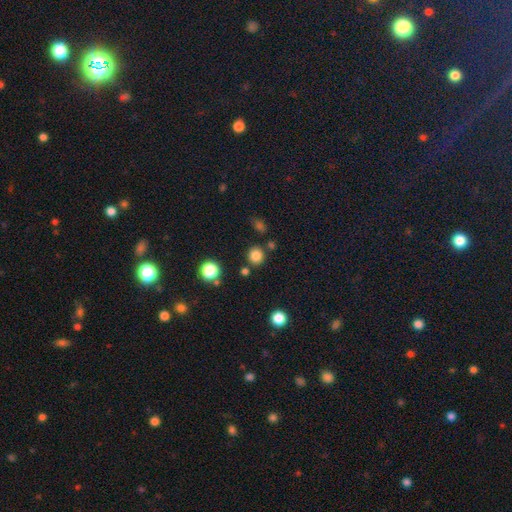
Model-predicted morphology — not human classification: Smooth or featured?
  - smooth: 82% *
  - star or artifact: 14%
  - featured or disk: 5%
How rounded?
  - round: 90% *
  - in between: 9%
  - cigar-shaped: 1%
Merging?
  - none: 83% *
  - minor disturbance: 8%
  - merger: 7%
  - major disturbance: 3%